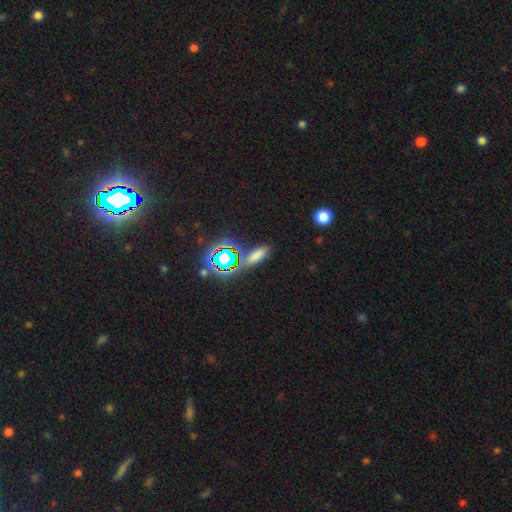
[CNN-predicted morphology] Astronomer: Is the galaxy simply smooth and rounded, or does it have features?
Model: smooth — 62%.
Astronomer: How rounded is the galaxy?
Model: in between — 67%.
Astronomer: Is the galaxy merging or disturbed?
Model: none — 75%.